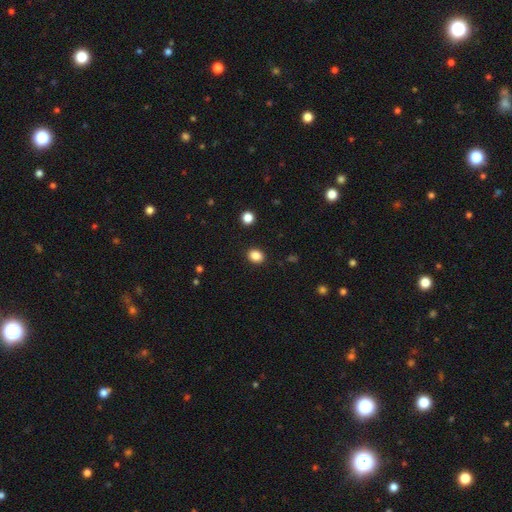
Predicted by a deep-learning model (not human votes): Overall: smooth (86%). How rounded: round (52%; in between 48%). Merging: none (90%).